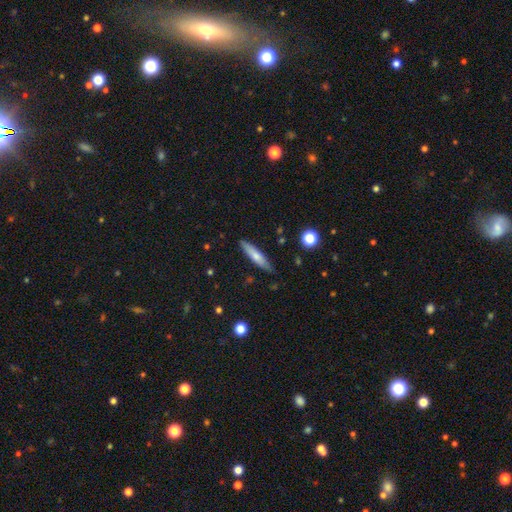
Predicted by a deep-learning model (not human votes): smooth_or_featured: smooth (p=0.64) [alt: featured or disk p=0.30]
how_rounded: cigar-shaped (p=0.85) [alt: in between p=0.13]
merging: none (p=0.85) [alt: minor disturbance p=0.12]